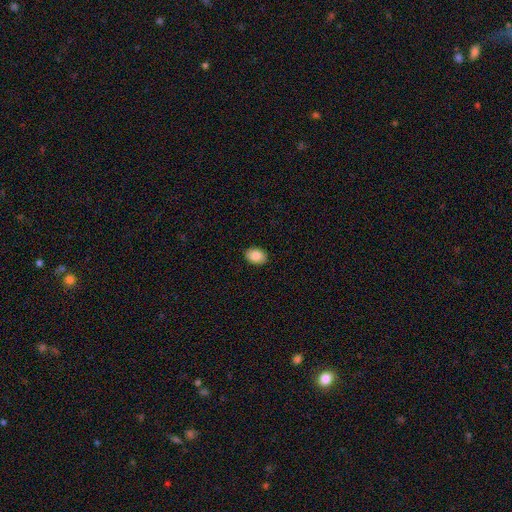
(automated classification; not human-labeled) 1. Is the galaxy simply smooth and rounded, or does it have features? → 89% smooth, 7% star or artifact, 4% featured or disk.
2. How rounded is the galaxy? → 78% in between, 21% round, 1% cigar-shaped.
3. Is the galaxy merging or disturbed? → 90% none, 8% minor disturbance, 2% major disturbance, 1% merger.